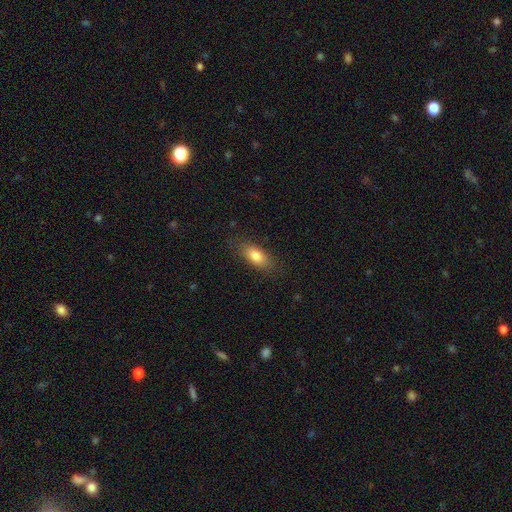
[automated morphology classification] Q: Smooth or featured?
A: smooth (80%); runner-up: featured or disk (12%)
Q: How rounded?
A: in between (83%); runner-up: cigar-shaped (12%)
Q: Merging?
A: none (82%); runner-up: minor disturbance (13%)